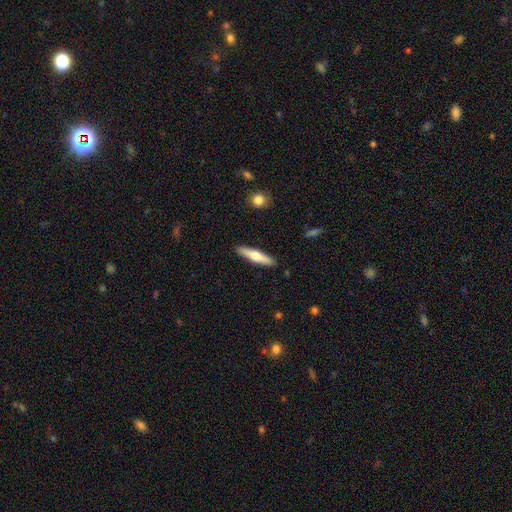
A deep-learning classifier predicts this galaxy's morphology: Smooth or featured? smooth (52%)
How rounded? cigar-shaped (84%)
Merging? none (89%)